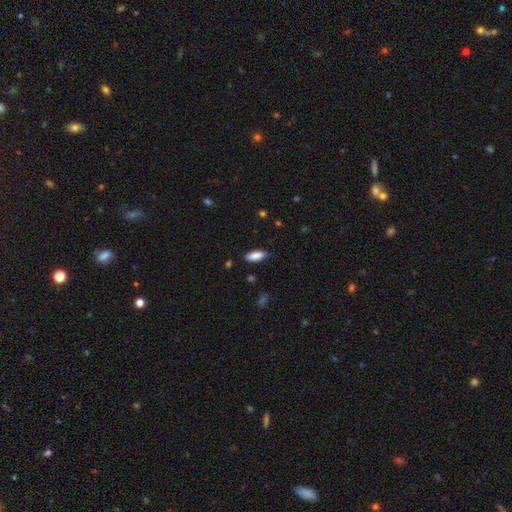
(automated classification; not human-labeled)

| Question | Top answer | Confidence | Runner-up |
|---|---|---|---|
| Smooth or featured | smooth | 87% | star or artifact (7%) |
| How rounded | in between | 80% | cigar-shaped (19%) |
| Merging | none | 83% | minor disturbance (13%) |